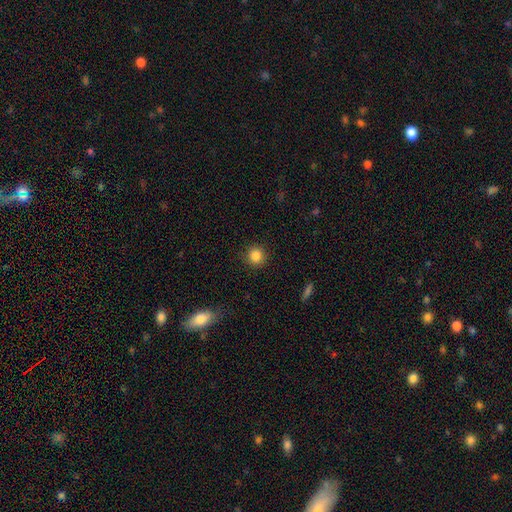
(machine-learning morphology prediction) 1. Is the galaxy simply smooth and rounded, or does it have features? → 85% smooth, 11% star or artifact, 4% featured or disk.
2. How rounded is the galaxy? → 92% round, 7% in between, 1% cigar-shaped.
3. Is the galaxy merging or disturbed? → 90% none, 6% minor disturbance, 2% major disturbance, 1% merger.